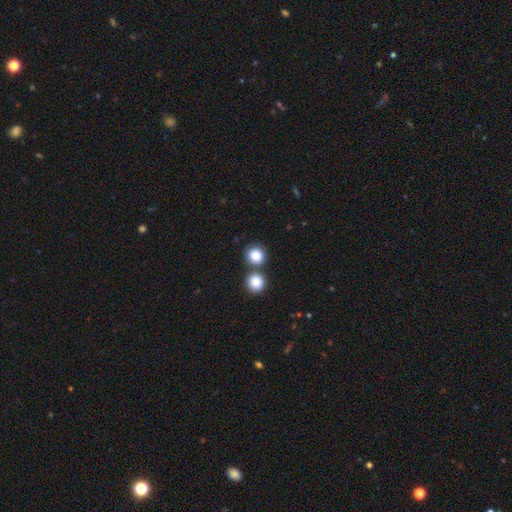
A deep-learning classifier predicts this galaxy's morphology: smooth 86%, star or artifact 9%, featured or disk 6%. Down the decision tree: how rounded — round (85%); merging — none (61%).